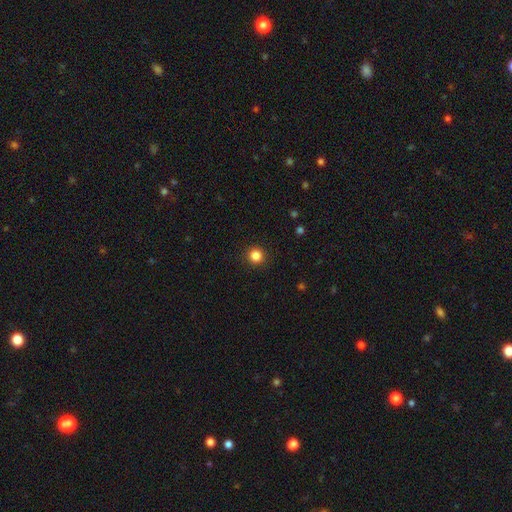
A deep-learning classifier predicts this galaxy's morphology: This appears to be a smooth galaxy with no disk features (84%) that is round (95%). Merging: none (92%).